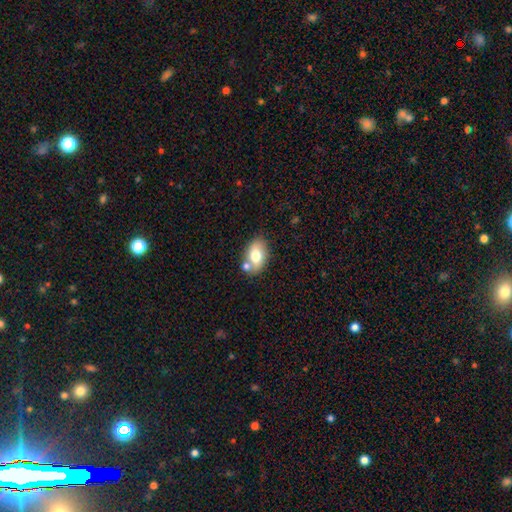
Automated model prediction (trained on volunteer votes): A smooth galaxy with no disk features (69%) that is in between round and cigar-shaped (87%). Merging: none (65%).